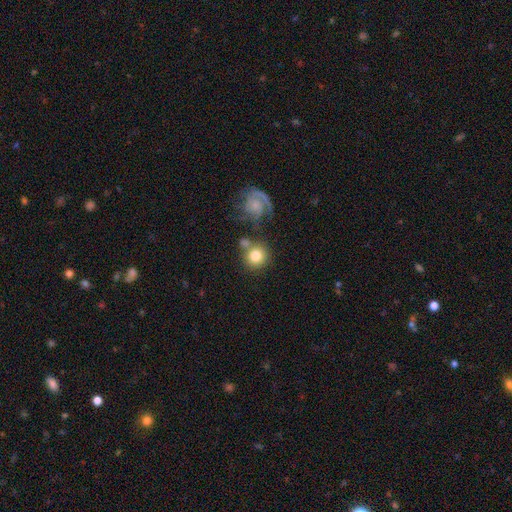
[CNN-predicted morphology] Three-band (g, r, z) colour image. It shows a smooth galaxy with no disk features (76%) that is round (90%). Merging: none (65%).